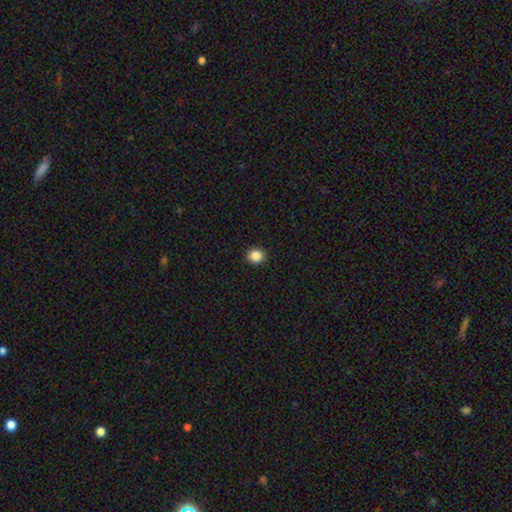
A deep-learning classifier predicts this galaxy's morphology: Q: Smooth or featured?
A: smooth (86%); runner-up: star or artifact (10%)
Q: How rounded?
A: round (87%); runner-up: in between (12%)
Q: Merging?
A: none (93%); runner-up: minor disturbance (5%)